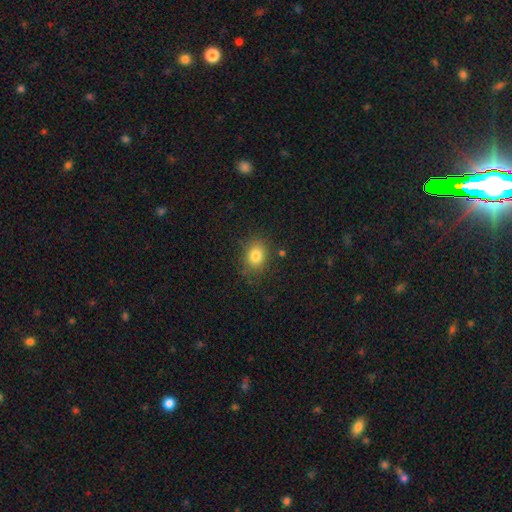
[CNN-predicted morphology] This is clearly a smooth galaxy (81%). How rounded: possibly in between (52%). Merging: likely none (79%).